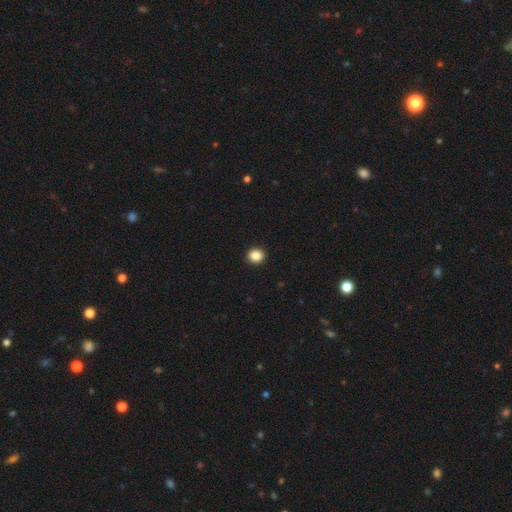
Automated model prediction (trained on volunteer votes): This is clearly a smooth galaxy (87%). How rounded: clearly round (85%). Merging: clearly none (93%).